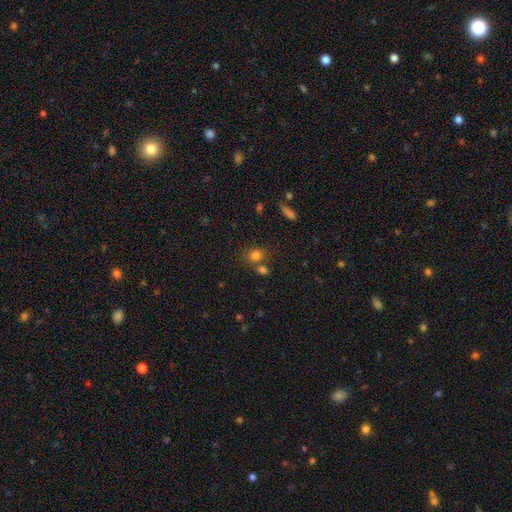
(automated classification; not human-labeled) smooth 78%, star or artifact 14%, featured or disk 8%. Down the decision tree: how rounded — round (66%); merging — none (58%).